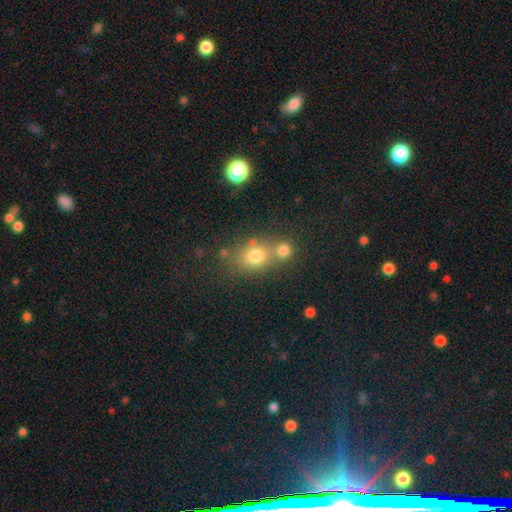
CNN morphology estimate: smooth-or-featured: smooth: 73% | star or artifact: 15% | featured or disk: 12%
  how-rounded: round: 53% | in between: 45% | cigar-shaped: 2%
  merging: none: 47% | merger: 39% | minor disturbance: 10% | major disturbance: 4%